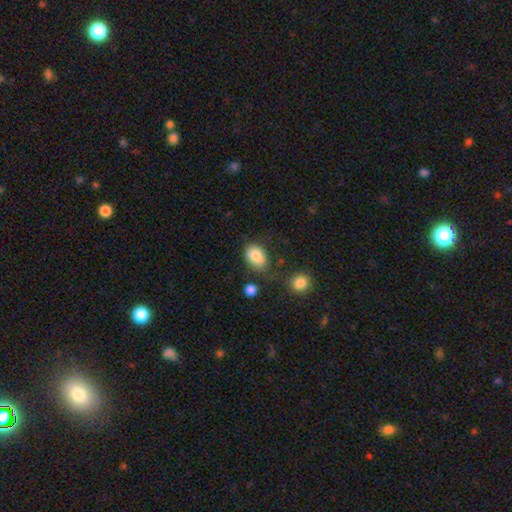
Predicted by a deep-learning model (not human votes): smooth 84%, star or artifact 8%, featured or disk 8%. Down the decision tree: how rounded — in between (78%); merging — none (61%).